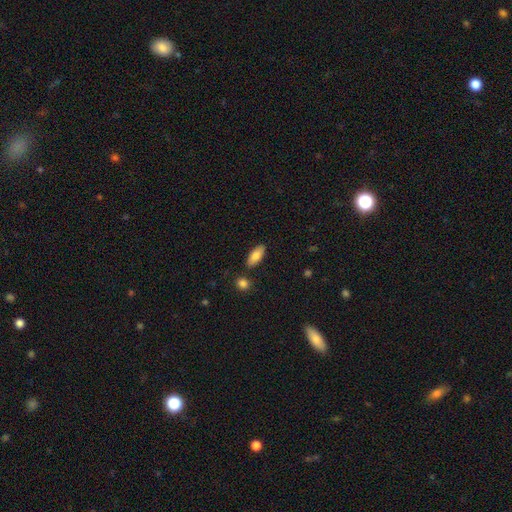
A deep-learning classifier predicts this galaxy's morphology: Smooth or featured?
  - smooth: 83% *
  - featured or disk: 11%
  - star or artifact: 6%
How rounded?
  - in between: 83% *
  - cigar-shaped: 15%
  - round: 3%
Merging?
  - none: 84% *
  - minor disturbance: 10%
  - merger: 4%
  - major disturbance: 2%